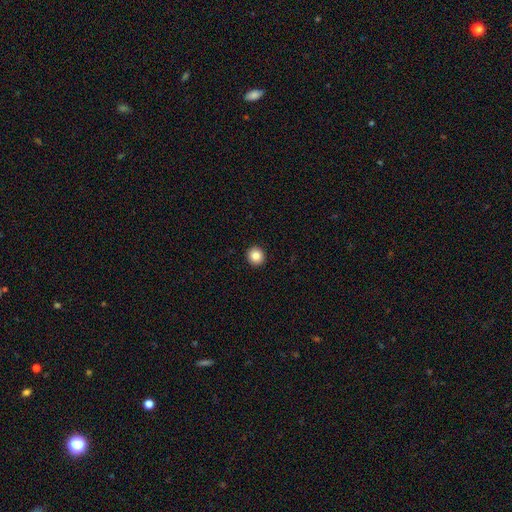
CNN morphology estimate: smooth 85%, star or artifact 10%, featured or disk 5%. Down the decision tree: how rounded — round (94%); merging — none (94%).